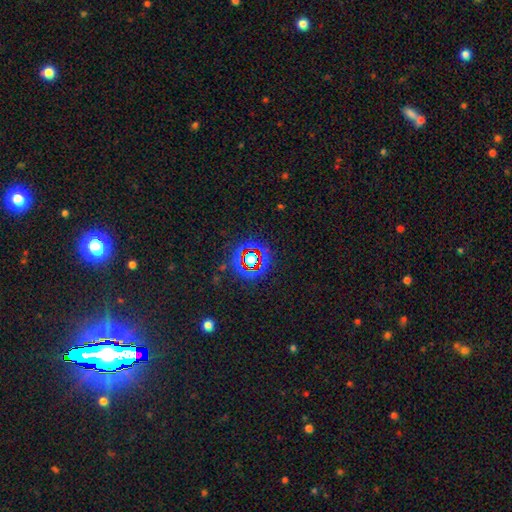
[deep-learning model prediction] A star or artifact, not a galaxy (68%).

Vote fractions:
- Smooth or featured? star or artifact: 68% / featured or disk: 19% / smooth: 13%